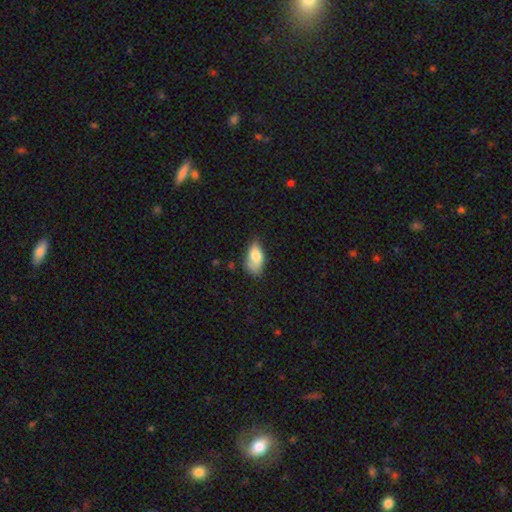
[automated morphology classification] The model was most divided on "merging": none: 49%, minor disturbance: 35%, major disturbance: 12%, merger: 5%. More confident: how rounded — in between (92%); smooth or featured — smooth (75%).